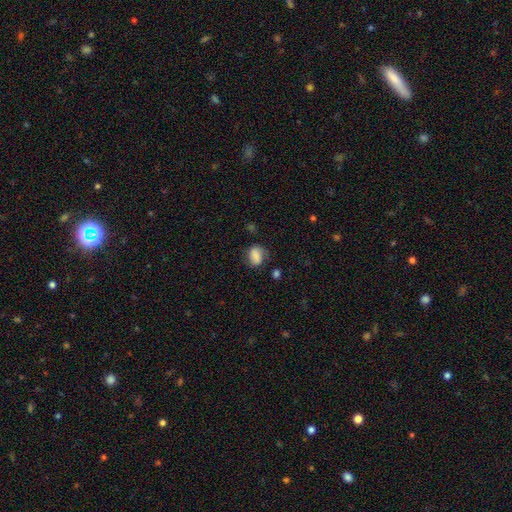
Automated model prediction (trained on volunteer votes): Smooth or featured? smooth (79%)
How rounded? in between (72%)
Merging? none (57%)